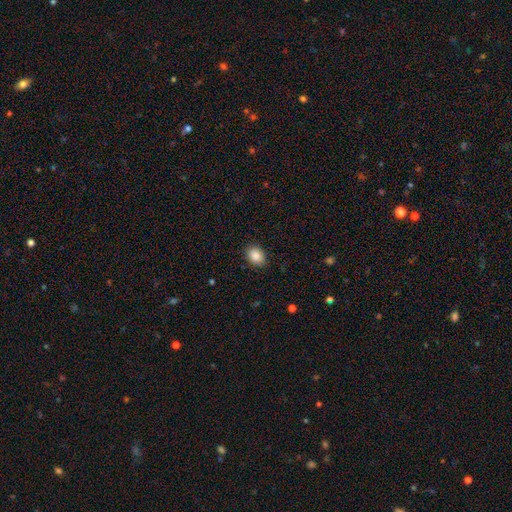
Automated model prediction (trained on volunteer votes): Overall: smooth (88%). How rounded: in between (72%). Merging: none (88%).